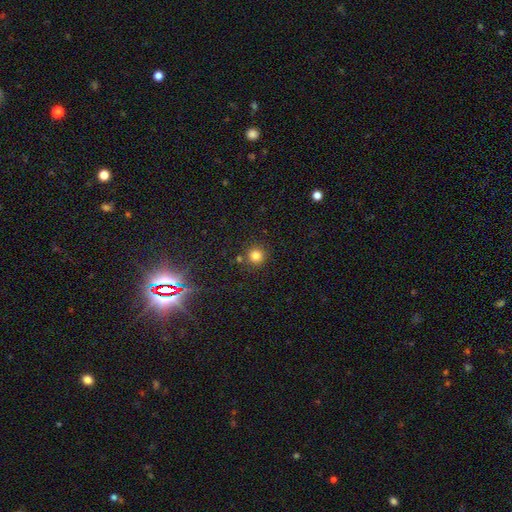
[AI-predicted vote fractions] smooth 80%, star or artifact 14%, featured or disk 5%. Down the decision tree: how rounded — round (94%); merging — none (83%).